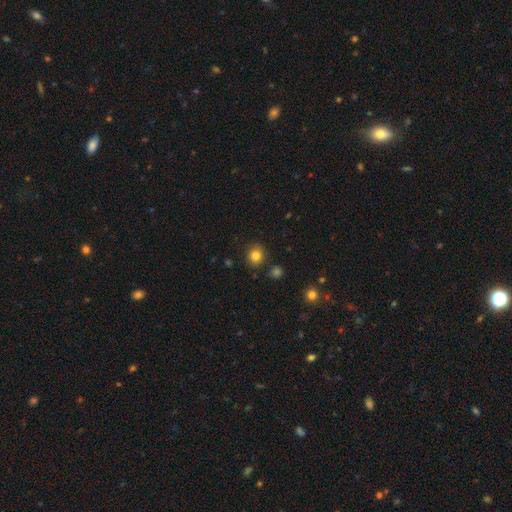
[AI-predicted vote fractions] Smooth or featured?
  - smooth: 83% *
  - star or artifact: 12%
  - featured or disk: 6%
How rounded?
  - round: 86% *
  - in between: 13%
  - cigar-shaped: 1%
Merging?
  - none: 86% *
  - minor disturbance: 8%
  - merger: 3%
  - major disturbance: 3%